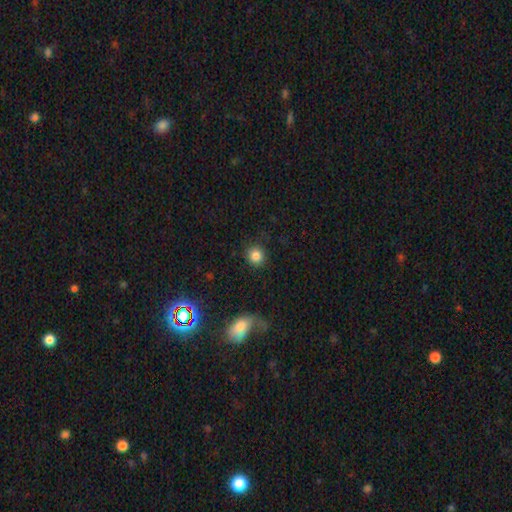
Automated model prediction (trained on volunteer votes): This is clearly a smooth galaxy (83%). How rounded: clearly round (91%). Merging: clearly none (88%).